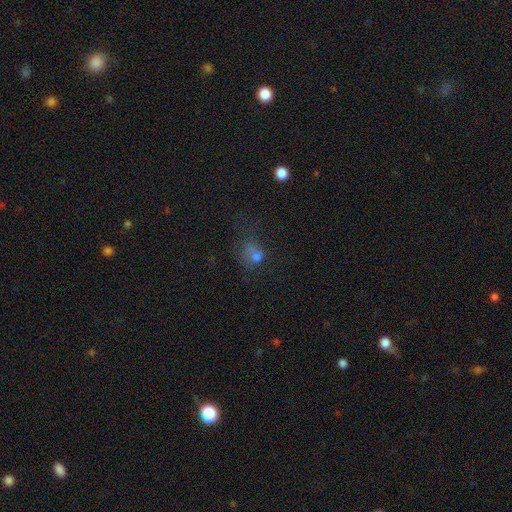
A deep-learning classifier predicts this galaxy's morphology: smooth 59%, star or artifact 22%, featured or disk 18%. Down the decision tree: how rounded — round (63%); merging — none (36%).